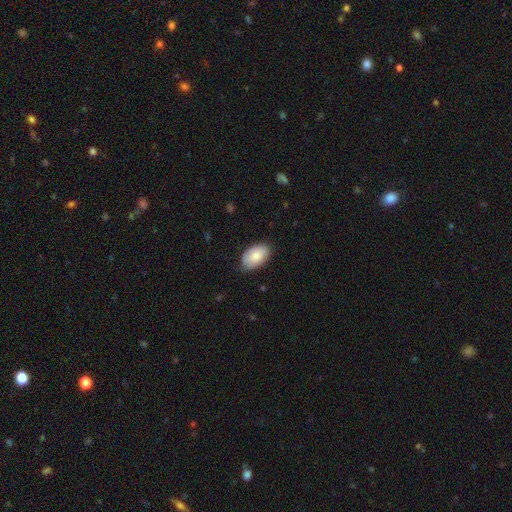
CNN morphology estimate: Smooth or featured?
  - smooth: 83% *
  - featured or disk: 11%
  - star or artifact: 6%
How rounded?
  - in between: 93% *
  - round: 5%
  - cigar-shaped: 1%
Merging?
  - none: 78% *
  - minor disturbance: 18%
  - major disturbance: 3%
  - merger: 1%